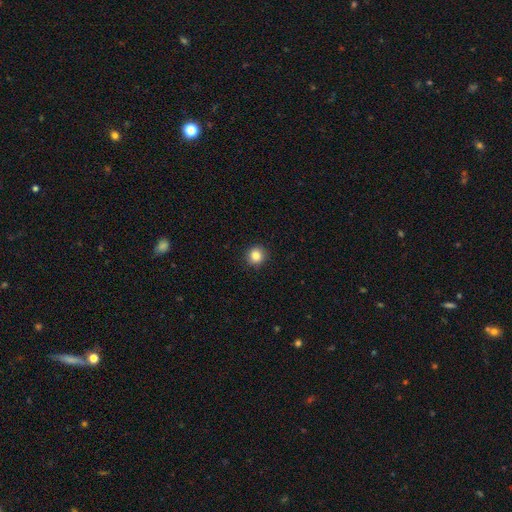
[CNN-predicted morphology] Smooth or featured? smooth (85%)
How rounded? round (91%)
Merging? none (92%)